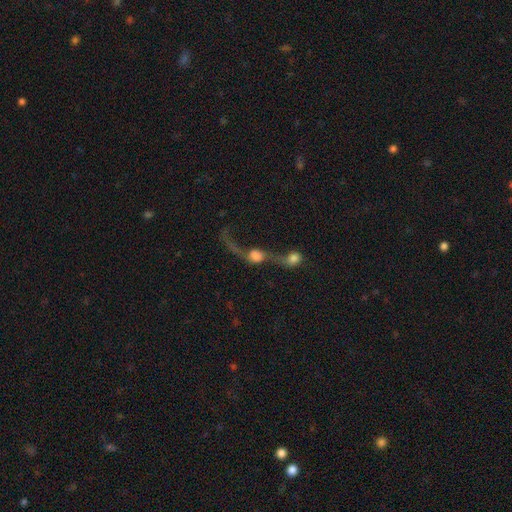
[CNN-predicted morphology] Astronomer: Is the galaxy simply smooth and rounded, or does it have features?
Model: featured or disk — 47% (runner-up: smooth, 40%).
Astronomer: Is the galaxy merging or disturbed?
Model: merger — 75%.